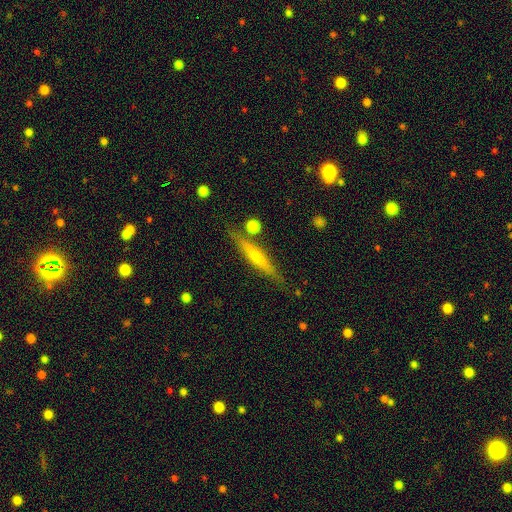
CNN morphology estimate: This is possibly a featured or disk galaxy (54%). It is clearly viewed edge-on (95%). Edge-on bulge: possibly rounded (46%). Merging: clearly none (83%).